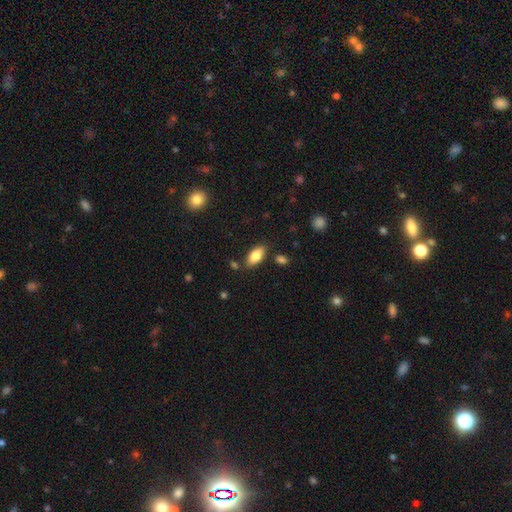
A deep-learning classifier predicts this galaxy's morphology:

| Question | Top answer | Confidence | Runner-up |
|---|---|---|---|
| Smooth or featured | smooth | 80% | featured or disk (13%) |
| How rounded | in between | 88% | cigar-shaped (10%) |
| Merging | none | 82% | minor disturbance (12%) |